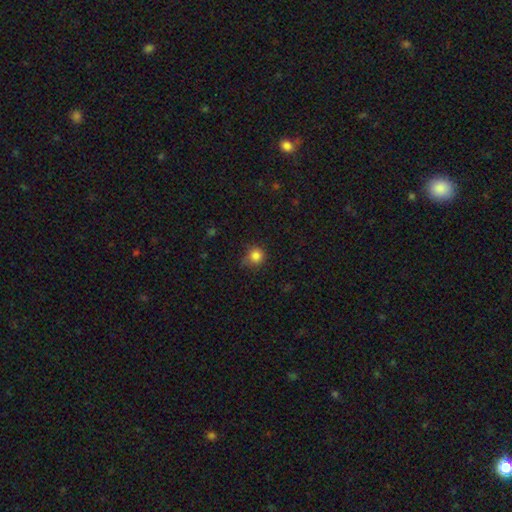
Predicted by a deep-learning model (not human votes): This appears to be a smooth galaxy with no disk features (84%) that is round (91%). Merging: none (71%).